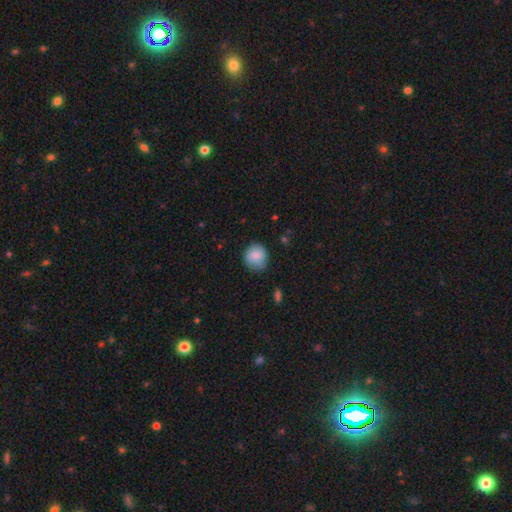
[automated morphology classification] A smooth galaxy with no disk features (85%) that is round (87%). Merging: none (73%).